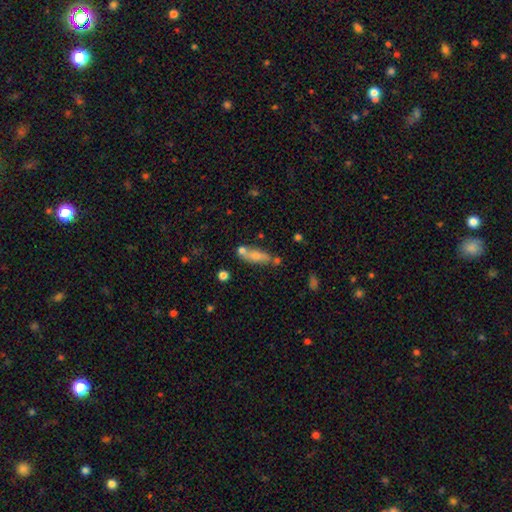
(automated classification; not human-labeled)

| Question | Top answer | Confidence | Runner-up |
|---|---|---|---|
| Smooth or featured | smooth | 67% | featured or disk (25%) |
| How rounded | in between | 53% | cigar-shaped (43%) |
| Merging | none | 55% | merger (23%) |